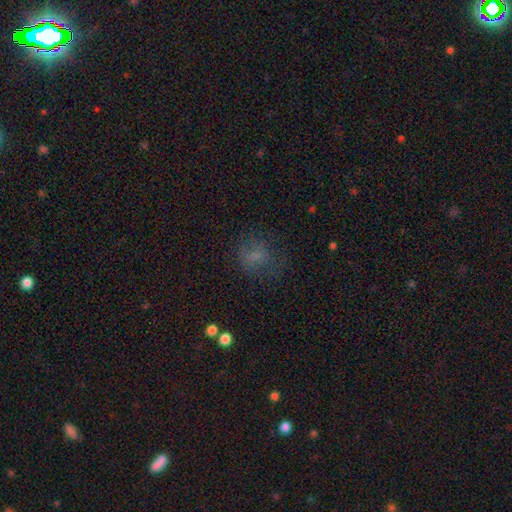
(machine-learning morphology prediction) Smooth or featured: smooth — 63% (star or artifact — 20%)
How rounded: round — 65% (in between — 33%)
Merging: none — 61% (minor disturbance — 20%)